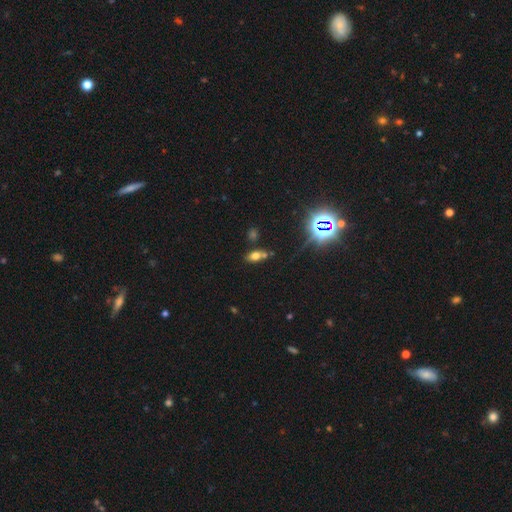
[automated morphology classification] smooth 66%, star or artifact 20%, featured or disk 14%. Down the decision tree: how rounded — in between (82%); merging — none (58%).